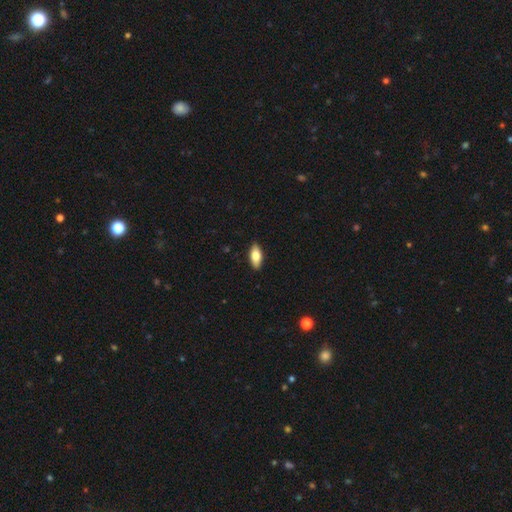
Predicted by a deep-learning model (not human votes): smooth_or_featured: smooth (p=0.74) [alt: featured or disk p=0.20]
how_rounded: in between (p=0.84) [alt: cigar-shaped p=0.13]
merging: none (p=0.90) [alt: minor disturbance p=0.08]